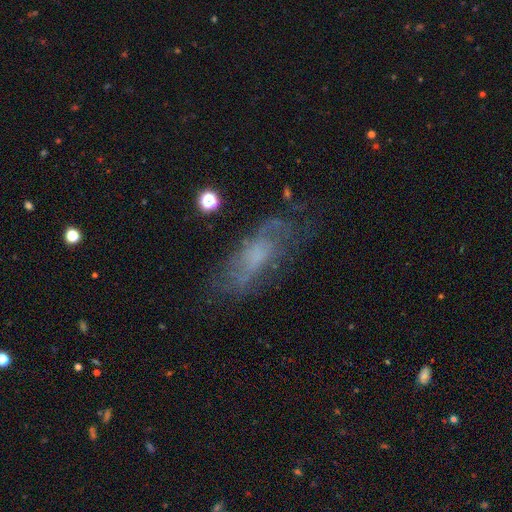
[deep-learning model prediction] Smooth or featured?
  - featured or disk: 56% *
  - smooth: 32%
  - star or artifact: 12%
Edge-on disk?
  - no: 85% *
  - yes: 15%
Merging?
  - none: 58% *
  - minor disturbance: 23%
  - major disturbance: 16%
  - merger: 3%